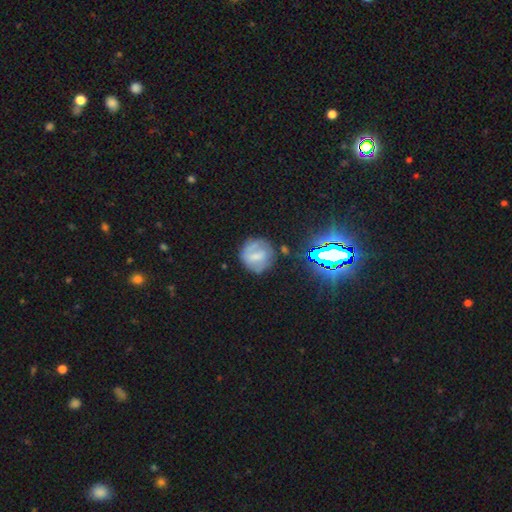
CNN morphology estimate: Q: Smooth or featured?
A: smooth (45%); runner-up: featured or disk (41%)
Q: Merging?
A: none (66%); runner-up: minor disturbance (20%)